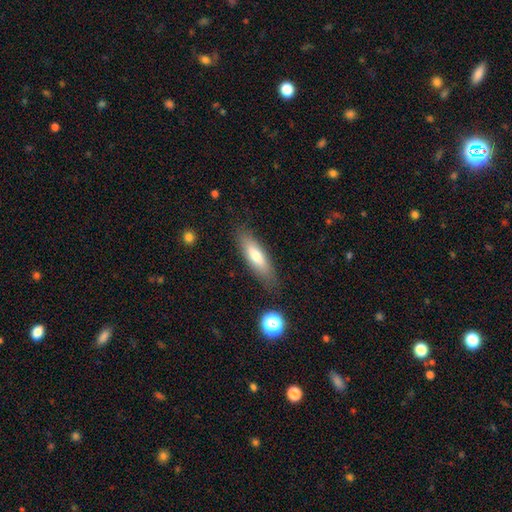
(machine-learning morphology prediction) Smooth or featured: smooth — 70% (featured or disk — 23%)
How rounded: cigar-shaped — 56% (in between — 42%)
Merging: none — 83% (minor disturbance — 12%)